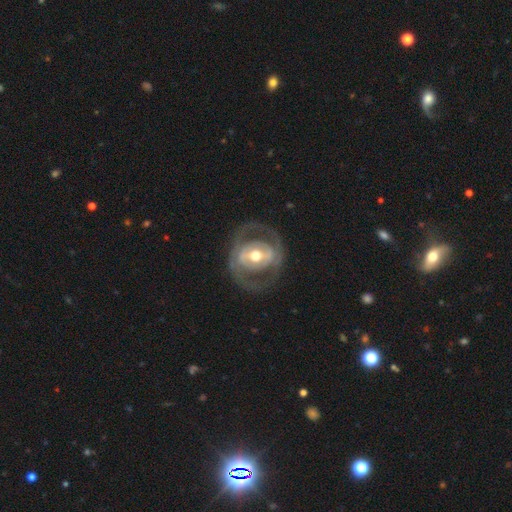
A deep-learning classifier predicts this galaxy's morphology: Smooth or featured?
  - featured or disk: 74% *
  - smooth: 21%
  - star or artifact: 5%
Edge-on disk?
  - no: 95% *
  - yes: 5%
Bar?
  - no: 38% *
  - strong: 31%
  - weak: 31%
Spiral arms?
  - no: 59% *
  - yes: 41%
Bulge size?
  - moderate: 73% *
  - large: 15%
  - small: 10%
  - dominant: 1%
  - none: 1%
Merging?
  - none: 74% *
  - minor disturbance: 13%
  - major disturbance: 12%
  - merger: 1%